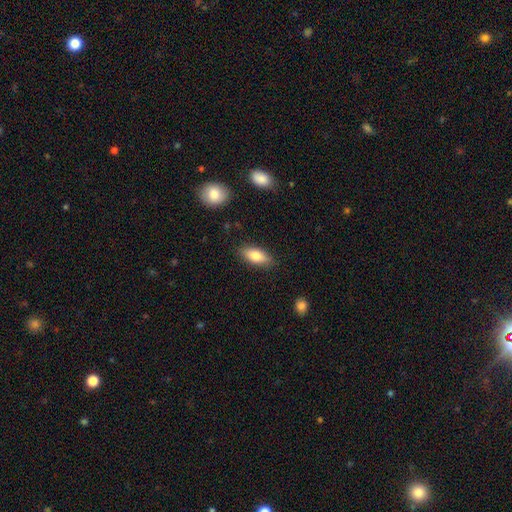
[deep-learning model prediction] smooth_or_featured: smooth (p=0.80) [alt: featured or disk p=0.13]
how_rounded: in between (p=0.82) [alt: cigar-shaped p=0.15]
merging: none (p=0.85) [alt: minor disturbance p=0.11]